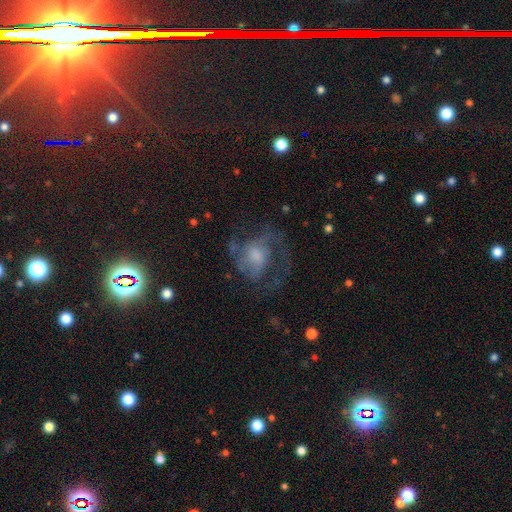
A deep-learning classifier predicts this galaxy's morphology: This is likely a featured or disk galaxy (68%). It is clearly not viewed edge-on (97%). Bar: likely no (65%). Spiral arm pattern: likely yes (79%). Spiral arm count: marginally 2 (42%). Spiral winding: possibly medium (49%). Central bulge: marginally moderate (40%). Merging: marginally none (43%).